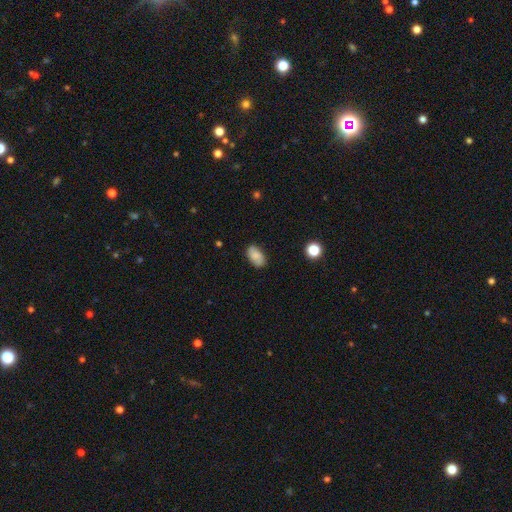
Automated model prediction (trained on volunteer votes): smooth-or-featured: smooth: 75% | featured or disk: 16% | star or artifact: 9%
  how-rounded: in between: 91% | round: 7% | cigar-shaped: 2%
  merging: none: 83% | minor disturbance: 13% | major disturbance: 3% | merger: 1%